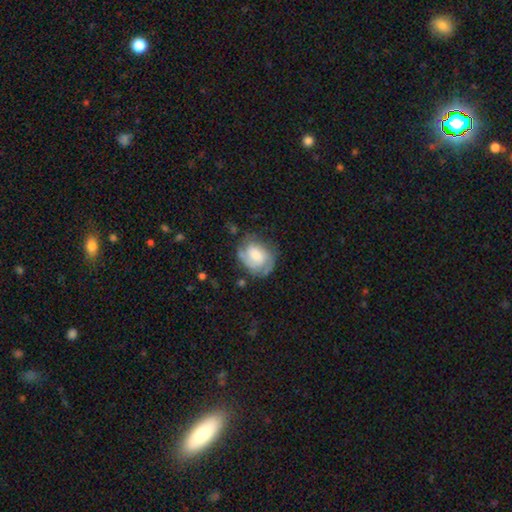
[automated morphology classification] This is likely a featured or disk galaxy (65%). It is clearly not viewed edge-on (97%). Bar: possibly no (54%). Spiral arm pattern: clearly yes (87%). Spiral arm count: marginally 2 (41%). Spiral winding: possibly tight (51%). Central bulge: marginally moderate (38%). Merging: likely none (61%).